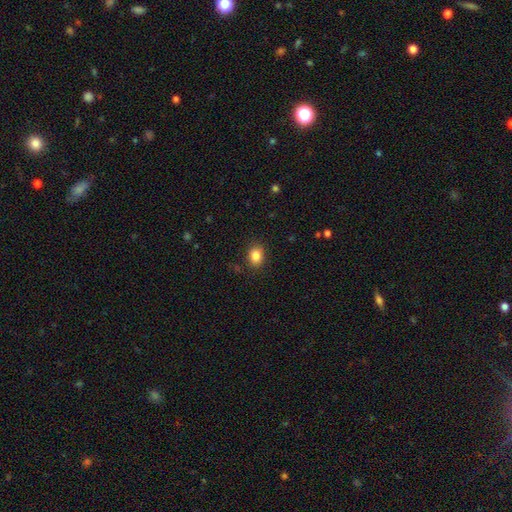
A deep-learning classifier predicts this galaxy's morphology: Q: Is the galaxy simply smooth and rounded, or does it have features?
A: smooth — 85%.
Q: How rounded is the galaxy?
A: in between — 52%.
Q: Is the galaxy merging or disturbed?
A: none — 87%.